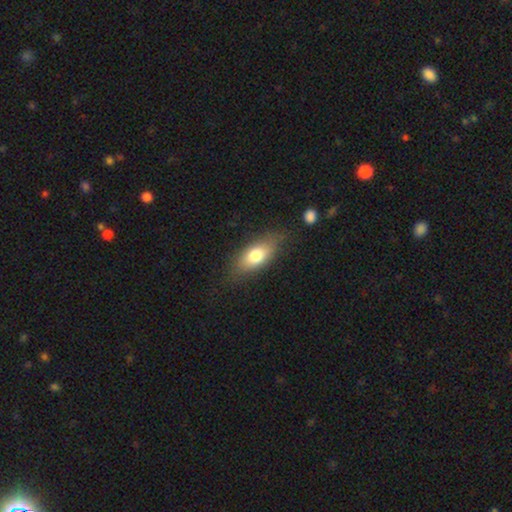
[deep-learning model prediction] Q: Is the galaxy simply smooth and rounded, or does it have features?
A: smooth — 74%.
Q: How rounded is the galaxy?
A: in between — 80%.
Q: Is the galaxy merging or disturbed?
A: none — 76%.